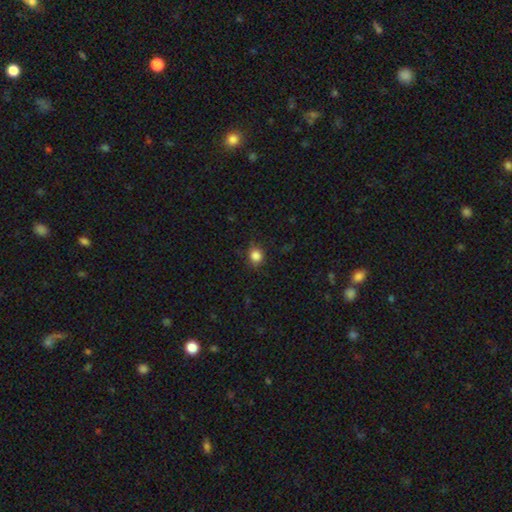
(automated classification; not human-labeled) smooth 85%, star or artifact 11%, featured or disk 4%. Down the decision tree: how rounded — round (83%); merging — none (84%).